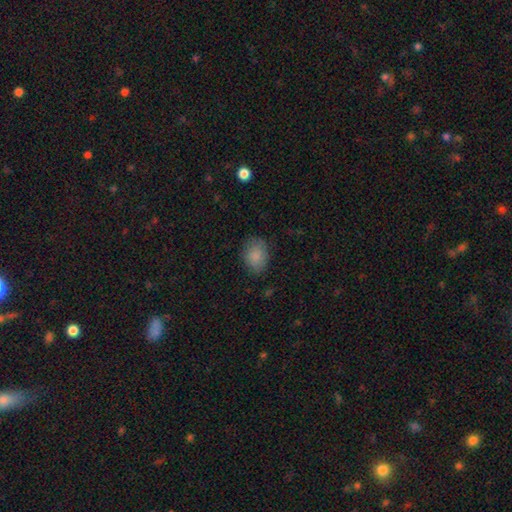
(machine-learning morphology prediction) This appears to be a smooth galaxy with no disk features (85%) that is in between round and cigar-shaped (59%). Merging: none (78%).